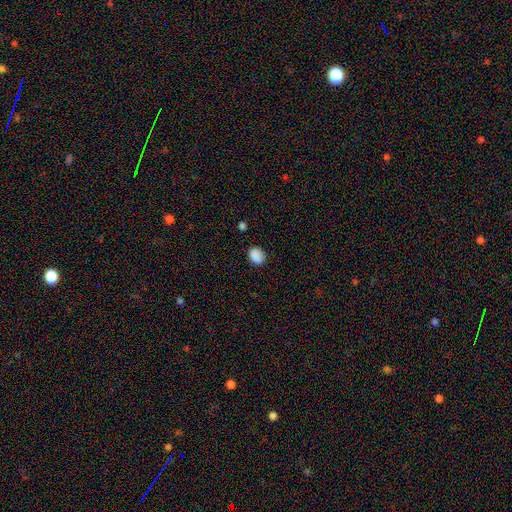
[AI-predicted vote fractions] This appears to be a smooth galaxy with no disk features (89%) that is in between round and cigar-shaped (57%). Merging: none (85%).